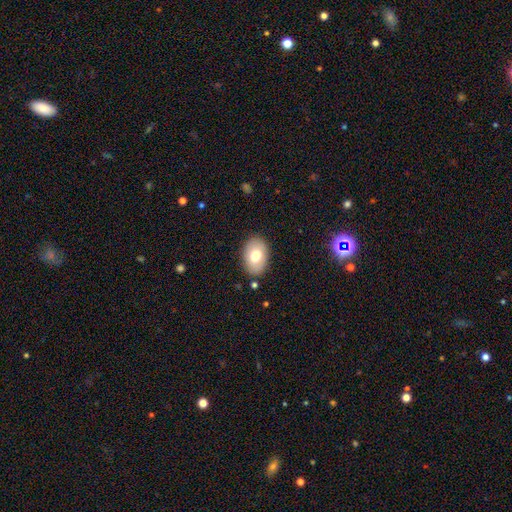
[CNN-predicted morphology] Q: Smooth or featured?
A: smooth (72%); runner-up: featured or disk (21%)
Q: How rounded?
A: in between (87%); runner-up: round (12%)
Q: Merging?
A: none (86%); runner-up: minor disturbance (10%)